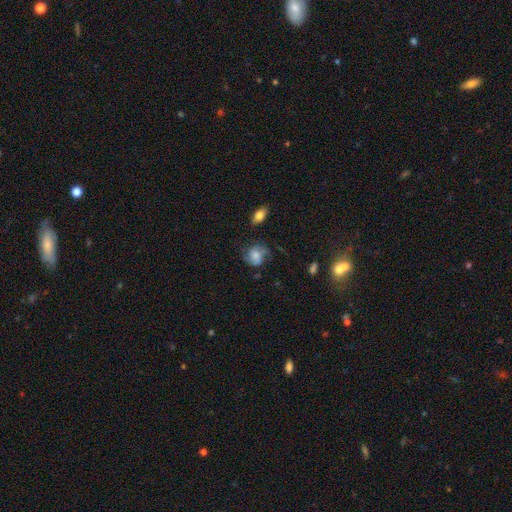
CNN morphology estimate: The model was most divided on "smooth or featured": featured or disk: 48%, smooth: 43%, star or artifact: 9%. More confident: merging — none (57%).